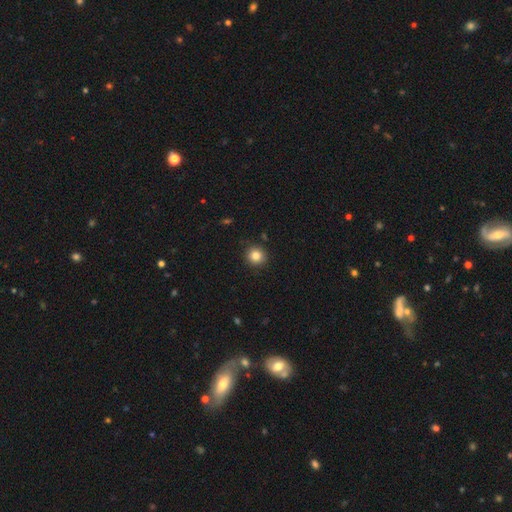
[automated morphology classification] Overall: smooth (83%). How rounded: round (93%). Merging: none (91%).